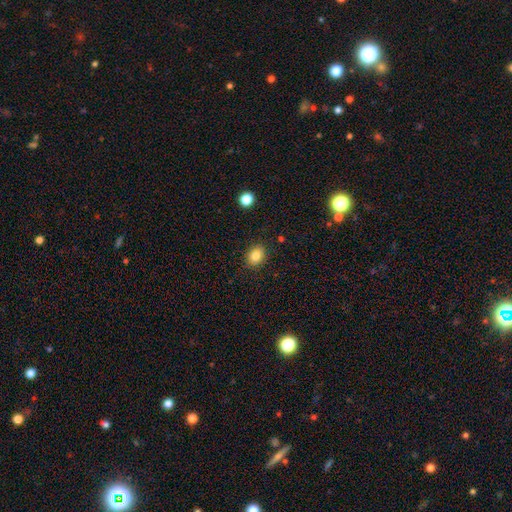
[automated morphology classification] This appears to be a smooth galaxy with no disk features (83%) that is in between round and cigar-shaped (55%). Merging: none (88%).